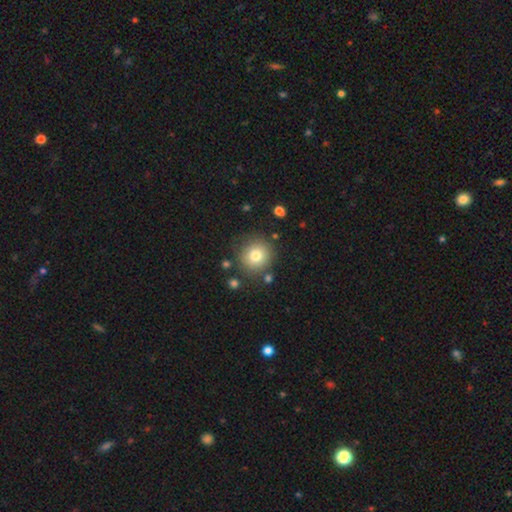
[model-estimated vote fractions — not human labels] Smooth or featured?
  - smooth: 78% *
  - star or artifact: 11%
  - featured or disk: 11%
How rounded?
  - round: 90% *
  - in between: 9%
  - cigar-shaped: 1%
Merging?
  - none: 83% *
  - minor disturbance: 10%
  - merger: 4%
  - major disturbance: 4%